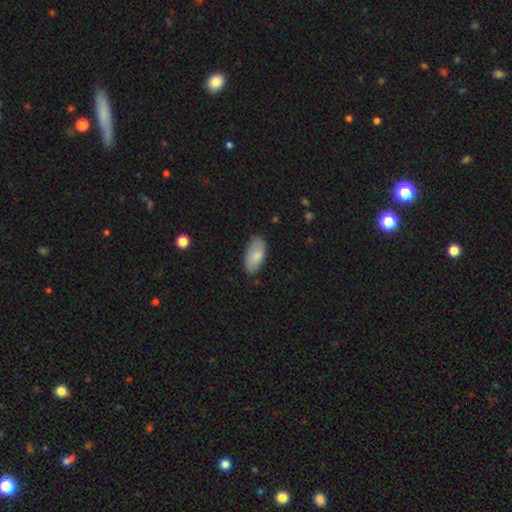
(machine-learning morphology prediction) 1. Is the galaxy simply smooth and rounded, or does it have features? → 79% smooth, 15% featured or disk, 6% star or artifact.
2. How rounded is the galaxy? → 94% in between, 4% cigar-shaped, 2% round.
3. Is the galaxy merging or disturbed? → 77% none, 19% minor disturbance, 3% major disturbance, 1% merger.